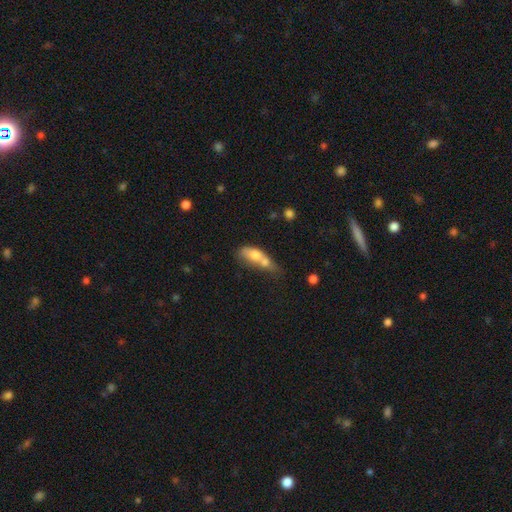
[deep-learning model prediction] smooth_or_featured: smooth (p=0.65) [alt: featured or disk p=0.27]
how_rounded: in between (p=0.66) [alt: cigar-shaped p=0.25]
merging: merger (p=0.59) [alt: none p=0.18]